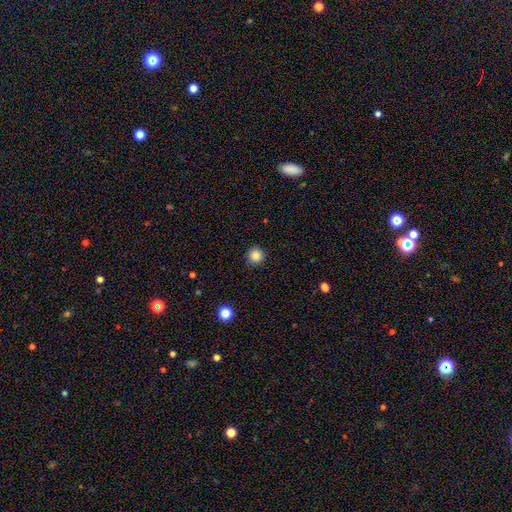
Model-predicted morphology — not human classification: The model was most divided on "smooth or featured": smooth: 85%, star or artifact: 11%, featured or disk: 4%. More confident: how rounded — round (94%); merging — none (91%).